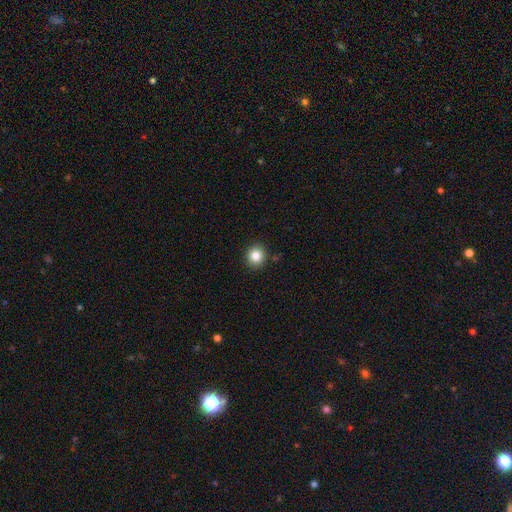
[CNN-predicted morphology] type=smooth (84%); roundness=round (85%); merging=none (91%).